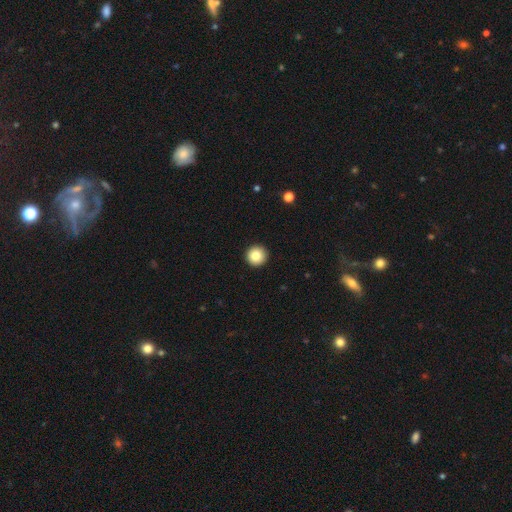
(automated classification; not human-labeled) smooth-or-featured: smooth: 84% | star or artifact: 9% | featured or disk: 7%
  how-rounded: round: 96% | in between: 3% | cigar-shaped: 1%
  merging: none: 94% | minor disturbance: 4% | major disturbance: 1% | merger: 1%